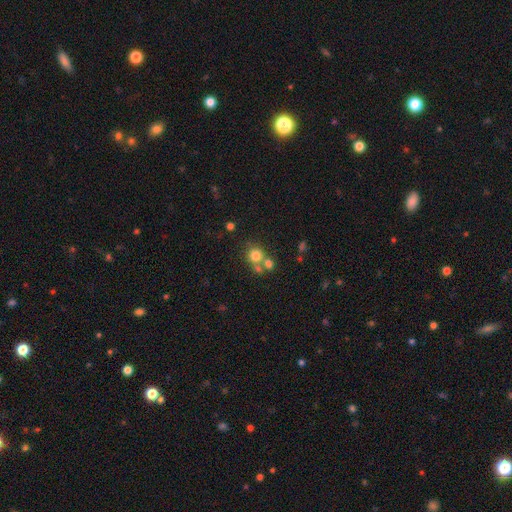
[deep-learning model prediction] A smooth galaxy with no disk features (75%) that is round (86%).

Vote fractions:
- Smooth or featured? smooth: 75% / star or artifact: 14% / featured or disk: 11%
- How rounded? round: 86% / in between: 13% / cigar-shaped: 1%
- Merging? none: 51% / merger: 37% / minor disturbance: 8% / major disturbance: 4%